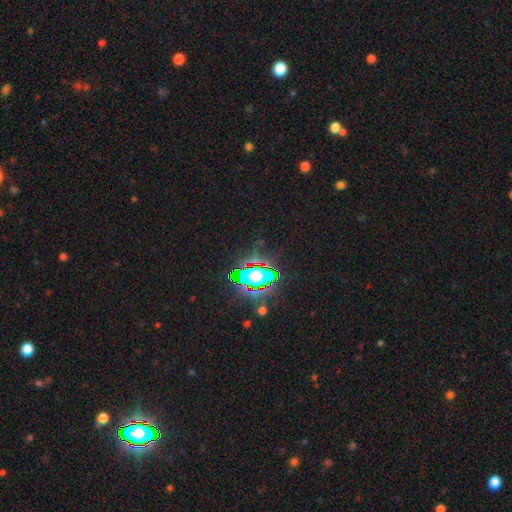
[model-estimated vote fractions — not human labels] smooth_or_featured: star or artifact (p=0.81) [alt: smooth p=0.11]